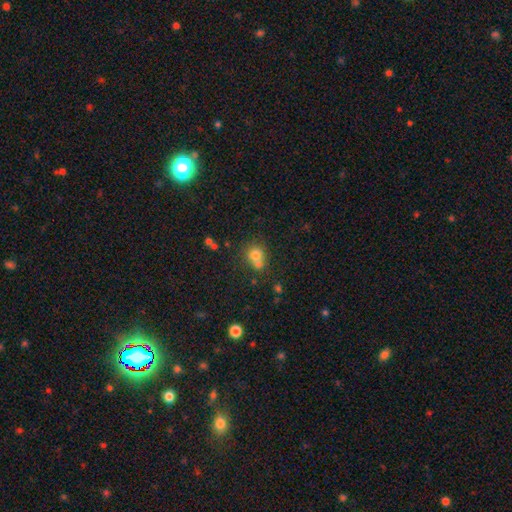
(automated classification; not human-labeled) Smooth or featured: smooth — 74% (star or artifact — 13%)
How rounded: round — 77% (in between — 22%)
Merging: merger — 44% (none — 41%)